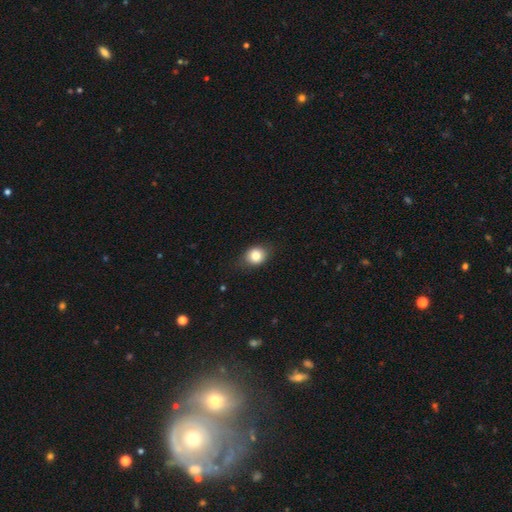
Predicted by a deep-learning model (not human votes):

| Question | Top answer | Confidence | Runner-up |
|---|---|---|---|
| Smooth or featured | smooth | 81% | featured or disk (10%) |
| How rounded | round | 58% | in between (41%) |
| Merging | none | 77% | minor disturbance (18%) |